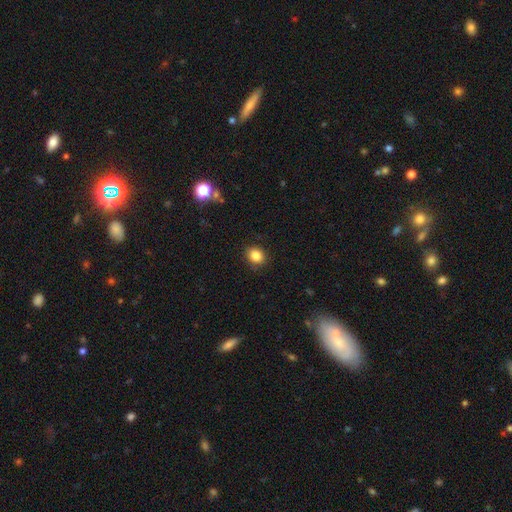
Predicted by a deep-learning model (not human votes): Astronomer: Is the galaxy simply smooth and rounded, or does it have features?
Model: smooth — 85%.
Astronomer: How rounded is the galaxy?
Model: round — 60% (runner-up: in between, 39%).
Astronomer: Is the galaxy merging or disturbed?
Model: none — 88%.